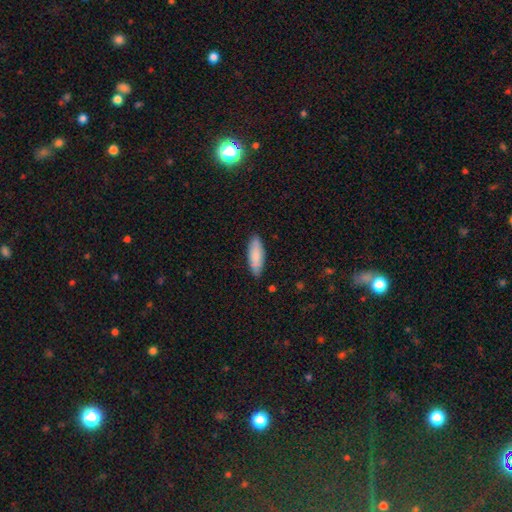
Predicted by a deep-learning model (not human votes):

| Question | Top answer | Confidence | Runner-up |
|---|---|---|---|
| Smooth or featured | smooth | 82% | featured or disk (12%) |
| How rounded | in between | 63% | cigar-shaped (36%) |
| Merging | none | 84% | minor disturbance (12%) |